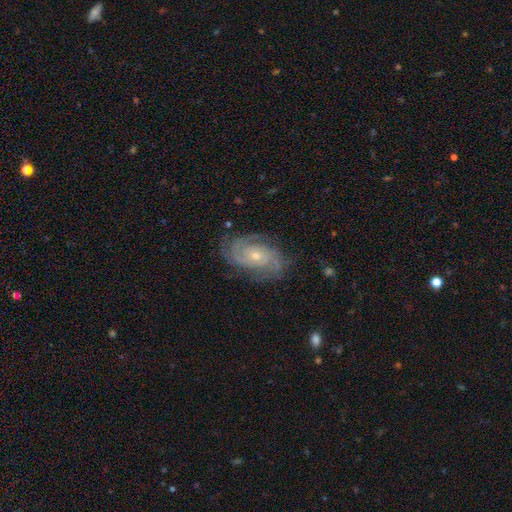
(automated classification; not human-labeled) Overall: featured or disk (87%). Edge-on disk: no (96%). Bar: no (72%). Spiral arms: yes (97%). Spiral arm count: 2 (36%; 3 25%). Spiral winding: tight (63%; medium 31%). Bulge size: small (64%; moderate 33%). Merging: none (78%).